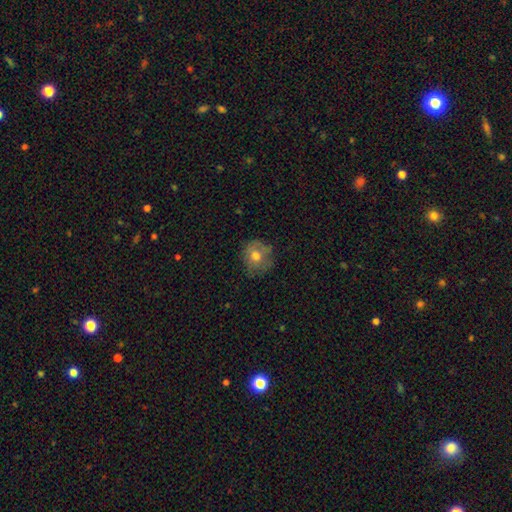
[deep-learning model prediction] Smooth or featured: smooth — 68% (featured or disk — 23%)
How rounded: round — 83% (in between — 16%)
Merging: none — 64% (minor disturbance — 25%)